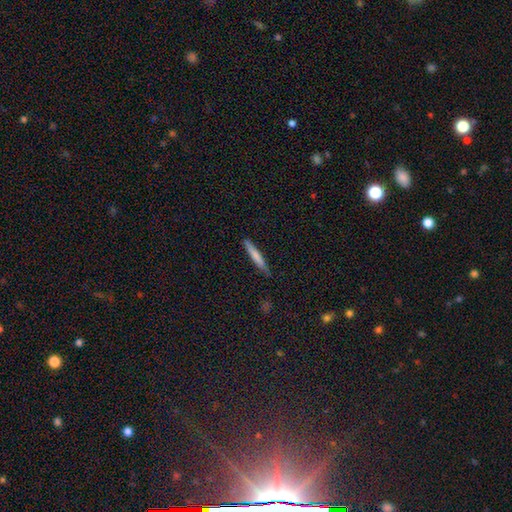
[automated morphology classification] A smooth galaxy with no disk features (72%) that is cigar-shaped (94%). Merging: none (87%).